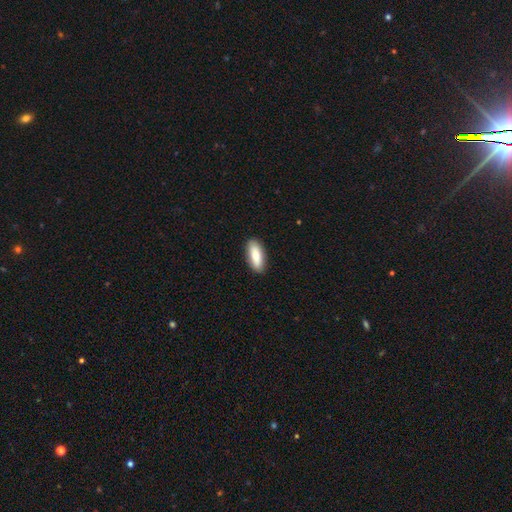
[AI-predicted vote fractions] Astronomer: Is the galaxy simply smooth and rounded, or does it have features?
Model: smooth — 79%.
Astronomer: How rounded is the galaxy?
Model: in between — 73%.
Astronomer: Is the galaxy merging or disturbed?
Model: none — 89%.